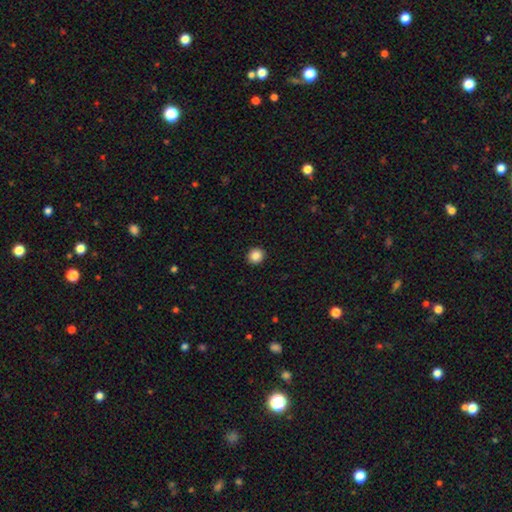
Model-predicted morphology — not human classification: The model was most divided on "smooth or featured": smooth: 86%, star or artifact: 10%, featured or disk: 4%. More confident: merging — none (93%); how rounded — round (88%).